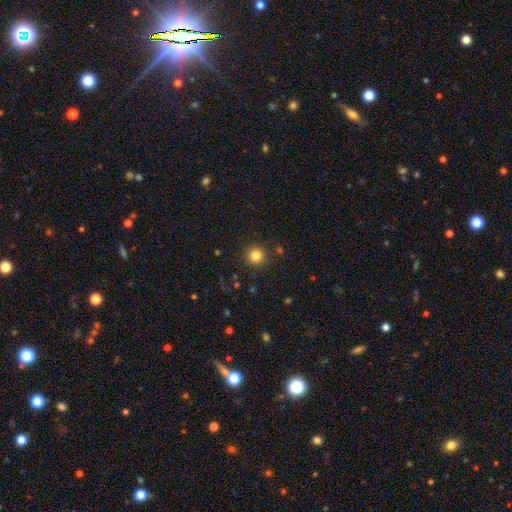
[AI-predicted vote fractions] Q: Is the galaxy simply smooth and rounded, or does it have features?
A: smooth — 82%.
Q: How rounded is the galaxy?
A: round — 95%.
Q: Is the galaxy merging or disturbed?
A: none — 90%.